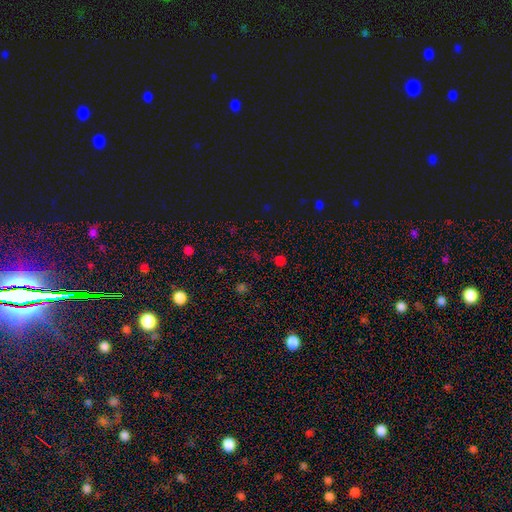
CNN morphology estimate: This appears to be a star or artifact, not a galaxy (57%).